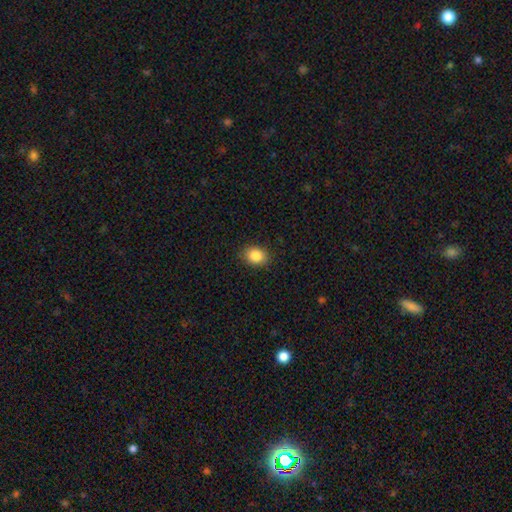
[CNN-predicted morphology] smooth_or_featured: smooth (p=0.87) [alt: star or artifact p=0.09]
how_rounded: in between (p=0.56) [alt: round p=0.43]
merging: none (p=0.87) [alt: minor disturbance p=0.10]